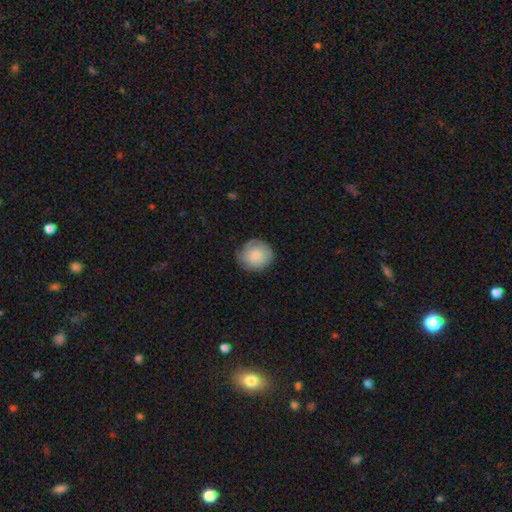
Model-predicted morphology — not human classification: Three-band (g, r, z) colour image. It shows a smooth galaxy with no disk features (75%) that is round (87%). Merging: none (76%).